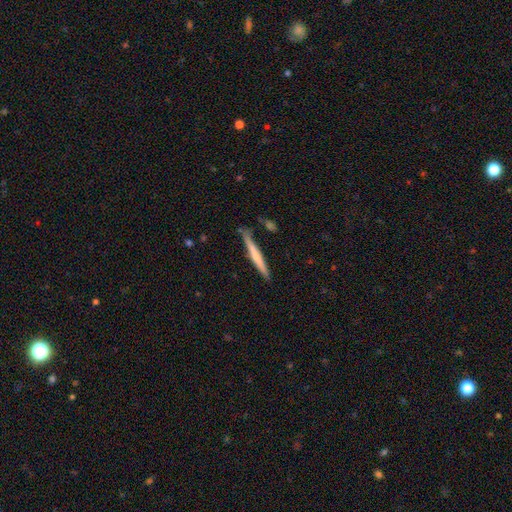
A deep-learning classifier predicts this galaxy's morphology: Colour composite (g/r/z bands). It shows a smooth galaxy with no disk features (53%) that is cigar-shaped (96%). Merging: none (81%).